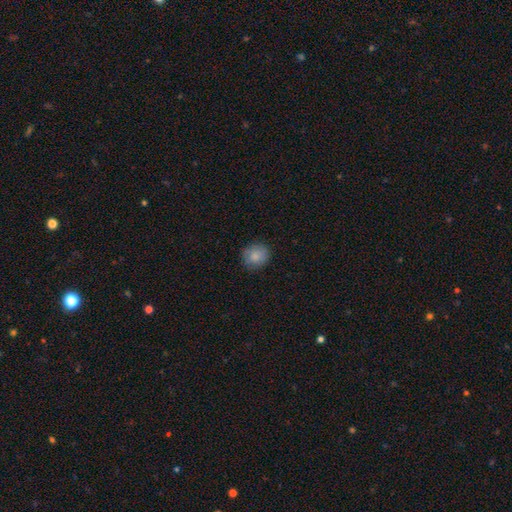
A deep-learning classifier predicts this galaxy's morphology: smooth_or_featured: smooth (p=0.84) [alt: featured or disk p=0.08]
how_rounded: round (p=0.85) [alt: in between p=0.14]
merging: none (p=0.84) [alt: minor disturbance p=0.12]